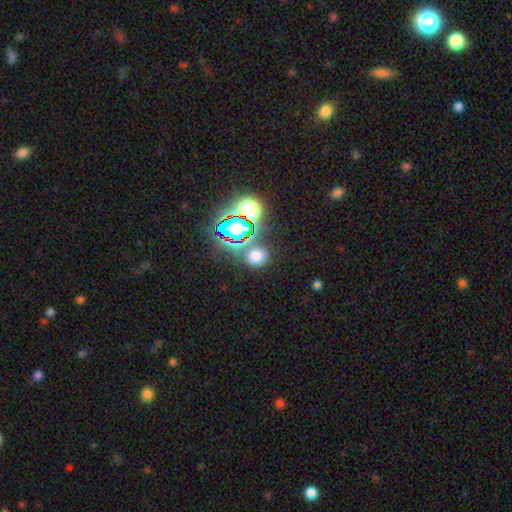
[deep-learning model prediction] A smooth galaxy with no disk features (62%) that is round (77%).

Vote fractions:
- Smooth or featured? smooth: 62% / star or artifact: 31% / featured or disk: 7%
- How rounded? round: 77% / in between: 22% / cigar-shaped: 1%
- Merging? none: 75% / minor disturbance: 10% / merger: 10% / major disturbance: 5%